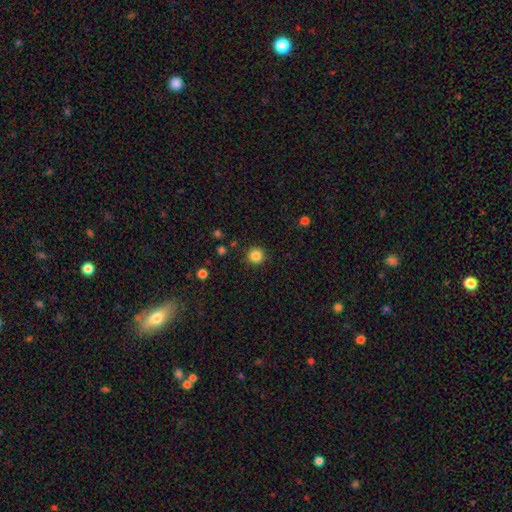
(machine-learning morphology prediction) Smooth or featured?
  - smooth: 85% *
  - star or artifact: 11%
  - featured or disk: 4%
How rounded?
  - round: 95% *
  - in between: 4%
  - cigar-shaped: 1%
Merging?
  - none: 91% *
  - minor disturbance: 6%
  - major disturbance: 2%
  - merger: 1%